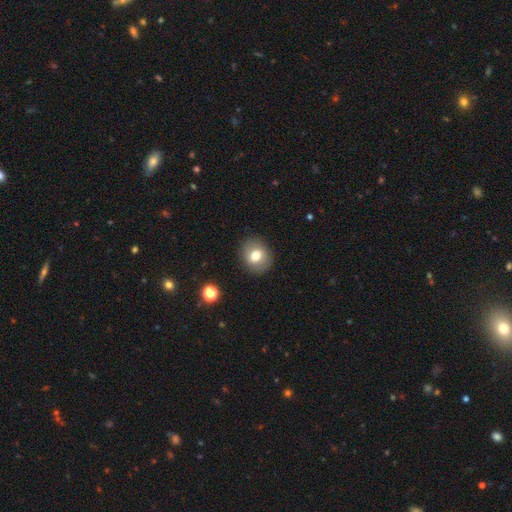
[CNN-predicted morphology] type=smooth (75%); roundness=round (71%); merging=none (88%).